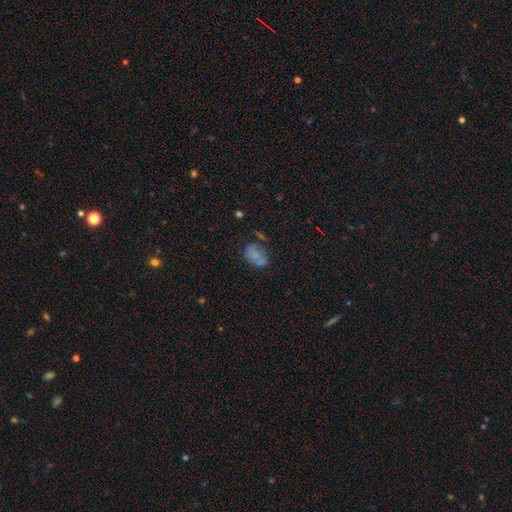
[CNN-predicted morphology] This is possibly a smooth galaxy (59%). How rounded: likely in between (76%). Merging: marginally none (42%).